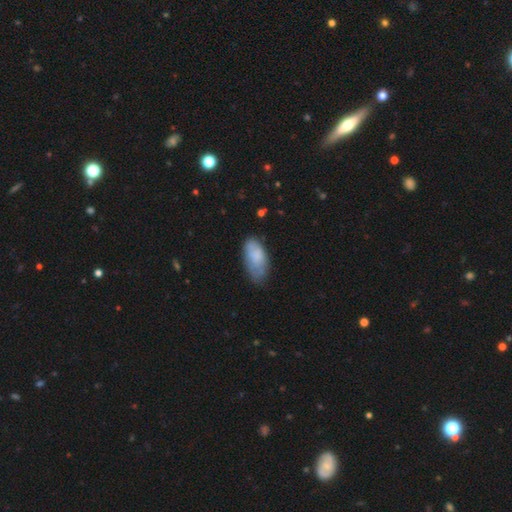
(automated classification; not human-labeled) The model was most divided on "merging": none: 55%, minor disturbance: 33%, major disturbance: 10%, merger: 2%. More confident: how rounded — in between (93%); smooth or featured — smooth (77%).